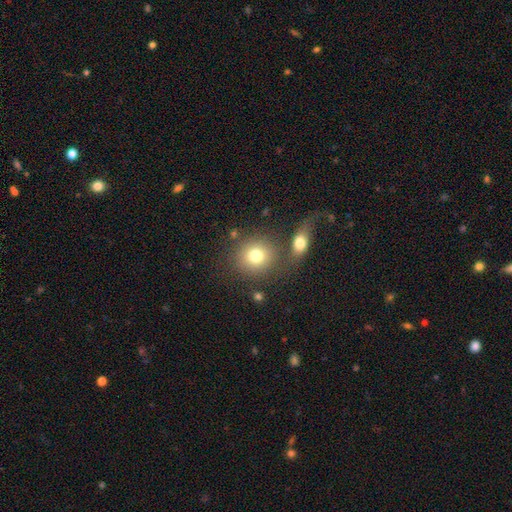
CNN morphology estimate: This is likely a smooth galaxy (77%). How rounded: clearly round (82%). Merging: likely none (68%).